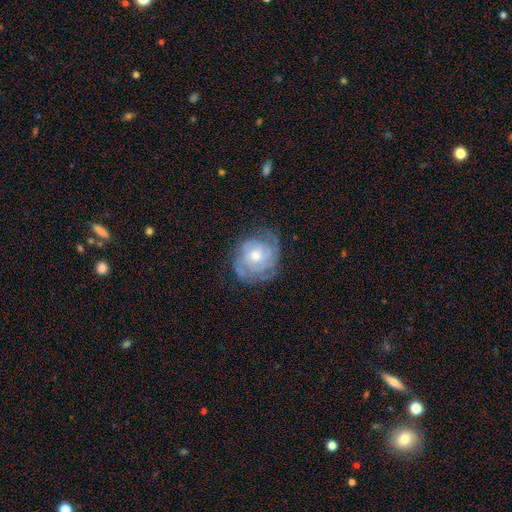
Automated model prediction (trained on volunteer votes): Smooth or featured?
  - featured or disk: 76% *
  - smooth: 18%
  - star or artifact: 6%
Edge-on disk?
  - no: 97% *
  - yes: 3%
Bar?
  - no: 73% *
  - weak: 23%
  - strong: 4%
Spiral arms?
  - yes: 89% *
  - no: 11%
Spiral winding?
  - tight: 68% *
  - medium: 25%
  - loose: 7%
Spiral arm count?
  - can't tell: 44% *
  - 2: 18%
  - 3: 18%
  - 4: 9%
  - 1: 6%
  - more than 4: 5%
Bulge size?
  - moderate: 58% *
  - small: 36%
  - large: 4%
  - none: 1%
  - dominant: 1%
Merging?
  - none: 70% *
  - minor disturbance: 20%
  - major disturbance: 9%
  - merger: 1%